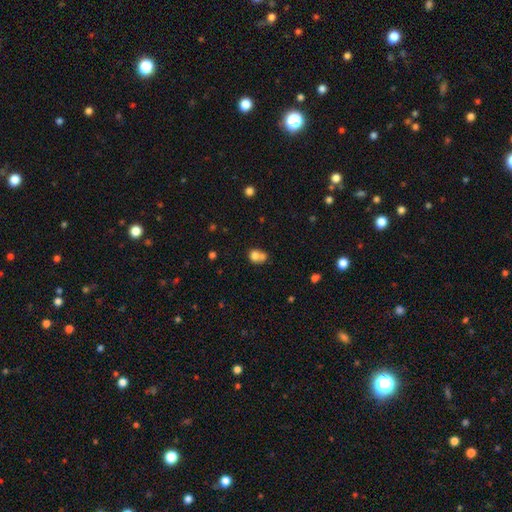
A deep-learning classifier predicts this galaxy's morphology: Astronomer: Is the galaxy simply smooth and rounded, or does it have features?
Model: smooth — 75%.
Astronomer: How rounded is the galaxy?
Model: round — 66%.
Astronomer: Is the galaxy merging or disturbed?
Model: merger — 56%.